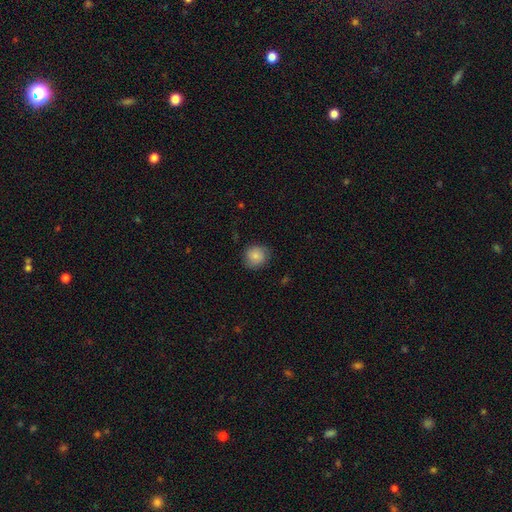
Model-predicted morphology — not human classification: Smooth or featured? Predicted: smooth (p=0.79). How rounded? Predicted: round (p=0.83). Merging? Predicted: none (p=0.78).